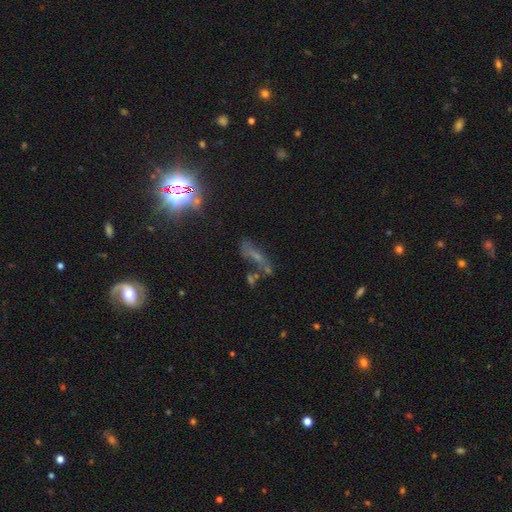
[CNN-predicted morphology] This appears to be a star or artifact, not a galaxy (35%, tied with featured or disk).